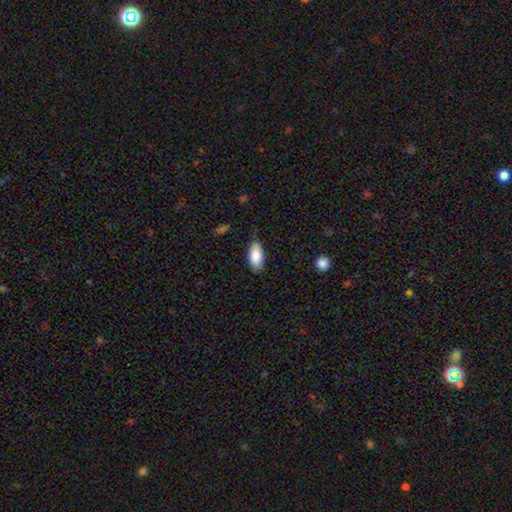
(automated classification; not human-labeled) A smooth galaxy with no disk features (85%) that is in between round and cigar-shaped (91%).

Vote fractions:
- Smooth or featured? smooth: 85% / featured or disk: 8% / star or artifact: 6%
- How rounded? in between: 91% / cigar-shaped: 6% / round: 3%
- Merging? none: 80% / minor disturbance: 16% / major disturbance: 3% / merger: 1%